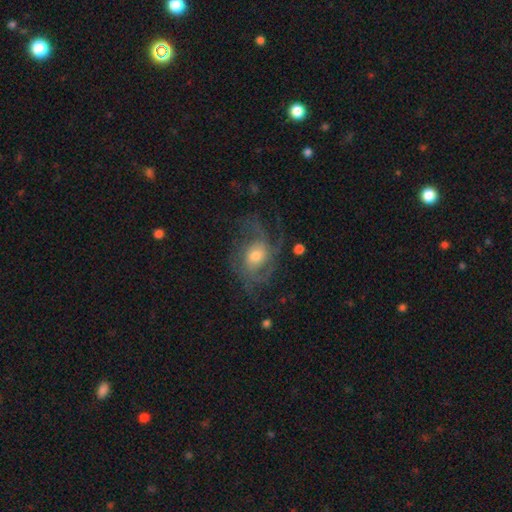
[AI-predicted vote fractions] Smooth or featured? featured or disk (77%)
Edge-on disk? no (97%)
Bar? no (67%)
Spiral arms? yes (90%)
Spiral winding? medium (45%)
Spiral arm count? can't tell (28%, tied with 3)
Bulge size? moderate (61%)
Merging? none (56%)